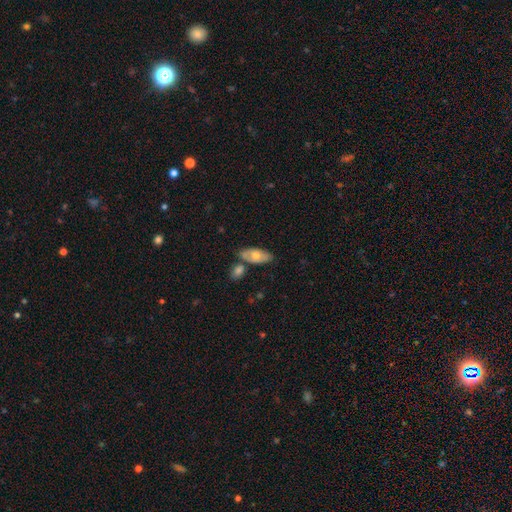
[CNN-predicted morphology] A smooth galaxy with no disk features (61%) that is in between round and cigar-shaped (89%). Merging: none (60%).